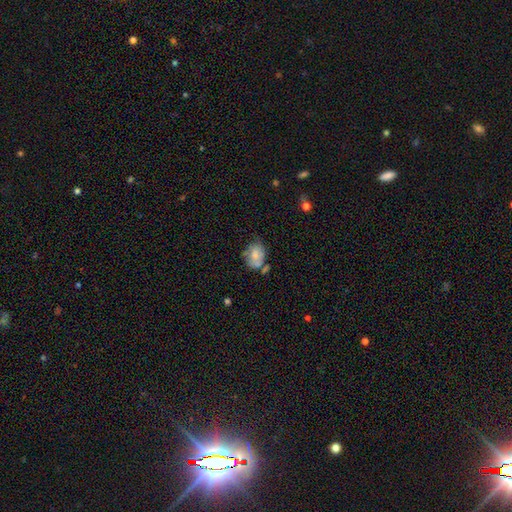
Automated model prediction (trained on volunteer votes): The model was most divided on "merging": none: 43%, minor disturbance: 28%, merger: 18%, major disturbance: 11%. More confident: smooth or featured — smooth (68%); how rounded — in between (65%).